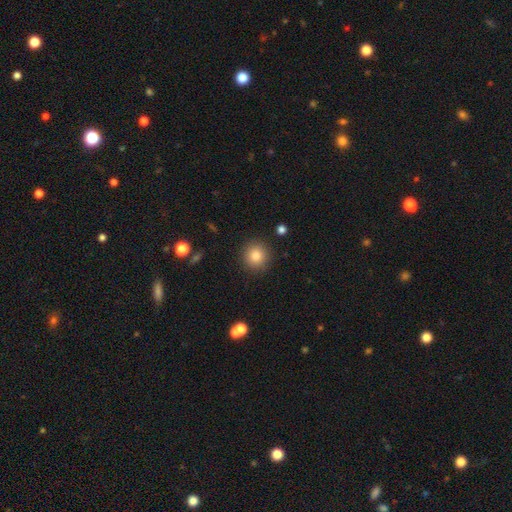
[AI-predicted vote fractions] Smooth or featured? Predicted: smooth (p=0.83). How rounded? Predicted: round (p=0.94). Merging? Predicted: none (p=0.90).